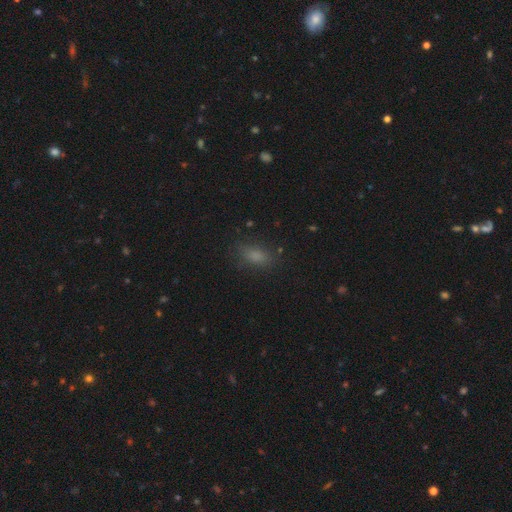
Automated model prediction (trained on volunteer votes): A smooth galaxy with no disk features (78%) that is in between round and cigar-shaped (80%).

Vote fractions:
- Smooth or featured? smooth: 78% / star or artifact: 15% / featured or disk: 7%
- How rounded? in between: 80% / cigar-shaped: 10% / round: 10%
- Merging? none: 80% / minor disturbance: 14% / major disturbance: 5% / merger: 2%